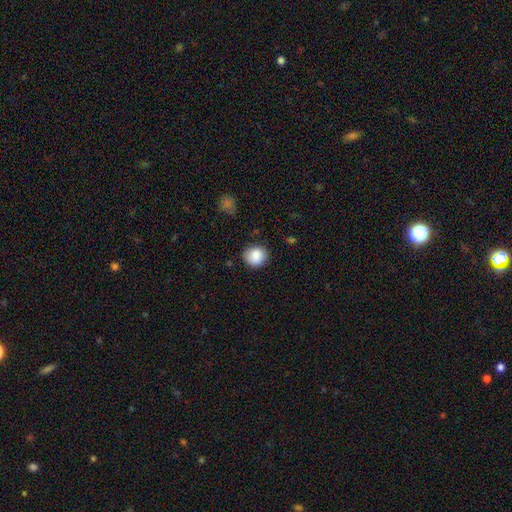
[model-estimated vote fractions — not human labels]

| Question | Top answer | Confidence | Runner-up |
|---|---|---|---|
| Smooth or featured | smooth | 88% | star or artifact (8%) |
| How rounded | round | 81% | in between (18%) |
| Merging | none | 84% | minor disturbance (11%) |